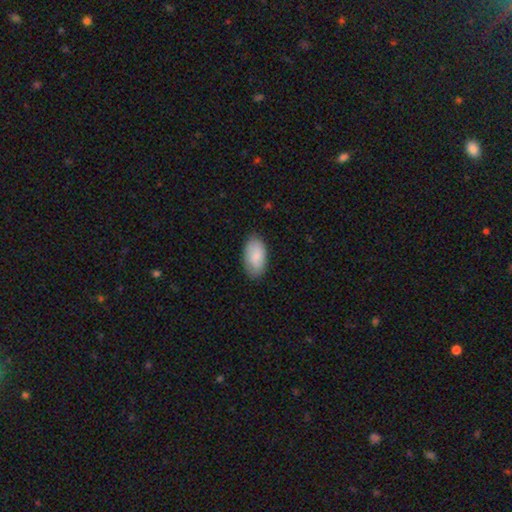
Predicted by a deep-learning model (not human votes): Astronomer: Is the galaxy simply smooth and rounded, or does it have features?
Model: smooth — 84%.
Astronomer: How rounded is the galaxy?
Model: in between — 95%.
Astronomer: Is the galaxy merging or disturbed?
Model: none — 83%.